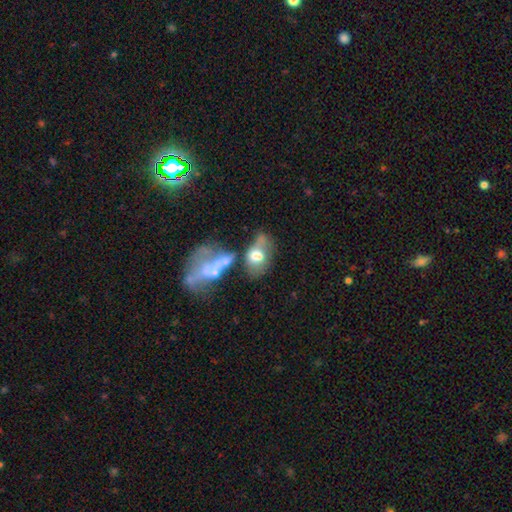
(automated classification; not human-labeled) This appears to be a smooth galaxy with no disk features (53%) that is in between round and cigar-shaped (82%). Merging: merger (45%).